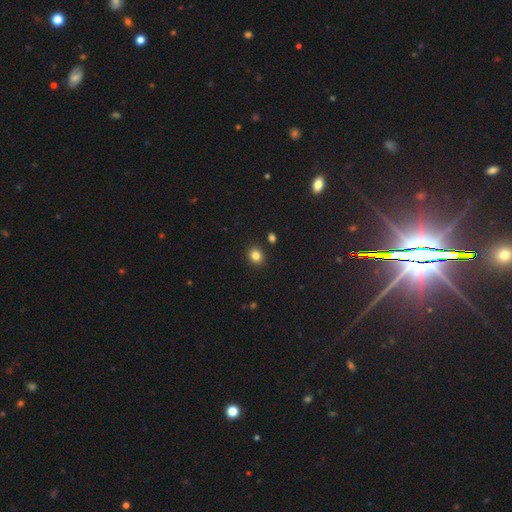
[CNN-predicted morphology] The model was most divided on "how rounded": round: 76%, in between: 23%, cigar-shaped: 1%. More confident: merging — none (89%); smooth or featured — smooth (83%).